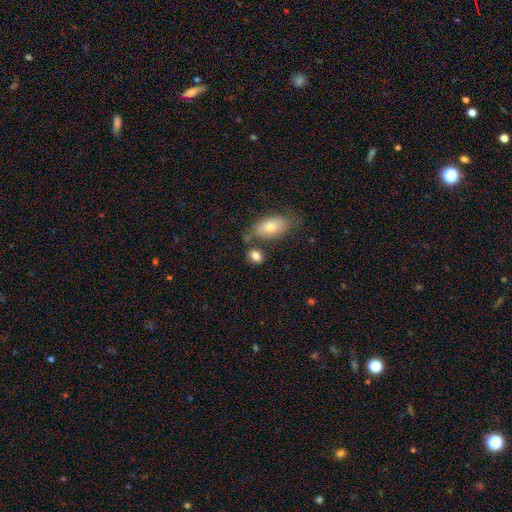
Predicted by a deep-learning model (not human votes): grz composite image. It shows a smooth galaxy with no disk features (80%) that is in between round and cigar-shaped (70%). Merging: none (60%).